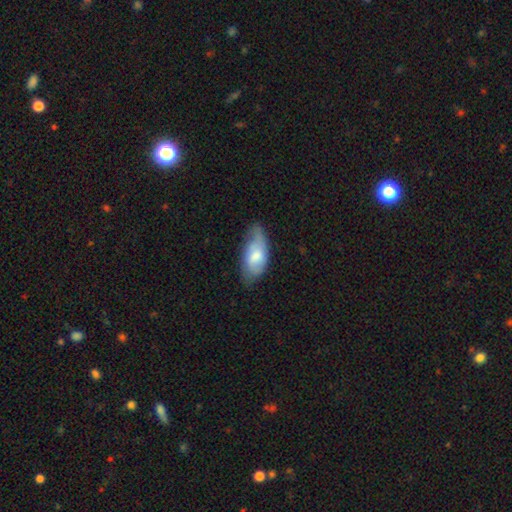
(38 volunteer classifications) Smooth or featured?
  - smooth: 55% *
  - featured or disk: 39%
  - star or artifact: 5%
How rounded?
  - in between: 86% *
  - cigar-shaped: 14%
  - round: 0%
Merging?
  - minor disturbance: 44% *
  - none: 33%
  - major disturbance: 22%
  - merger: 0%